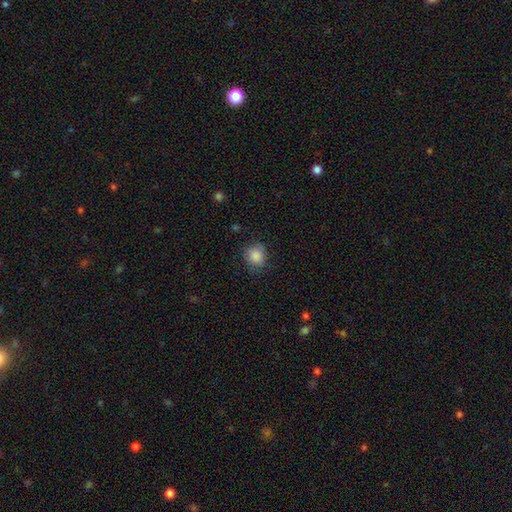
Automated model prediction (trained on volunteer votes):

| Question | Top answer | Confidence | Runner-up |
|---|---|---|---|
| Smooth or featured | smooth | 87% | star or artifact (9%) |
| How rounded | round | 75% | in between (24%) |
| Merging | none | 78% | minor disturbance (17%) |